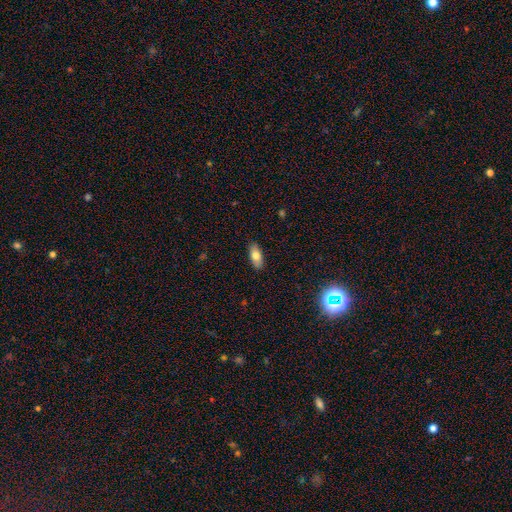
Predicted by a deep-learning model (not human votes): This appears to be a smooth galaxy with no disk features (76%) that is in between round and cigar-shaped (83%). Merging: none (88%).